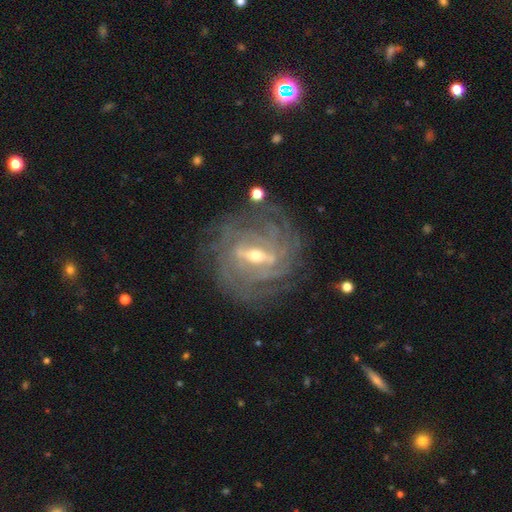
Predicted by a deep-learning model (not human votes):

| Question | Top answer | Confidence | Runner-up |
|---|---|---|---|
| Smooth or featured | featured or disk | 89% | star or artifact (6%) |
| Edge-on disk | no | 94% | yes (6%) |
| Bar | strong | 56% | weak (35%) |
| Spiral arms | yes | 93% | no (7%) |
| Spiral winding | tight | 67% | medium (26%) |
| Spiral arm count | can't tell | 36% | 4 (20%) |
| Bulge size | moderate | 57% | small (37%) |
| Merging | none | 74% | minor disturbance (16%) |